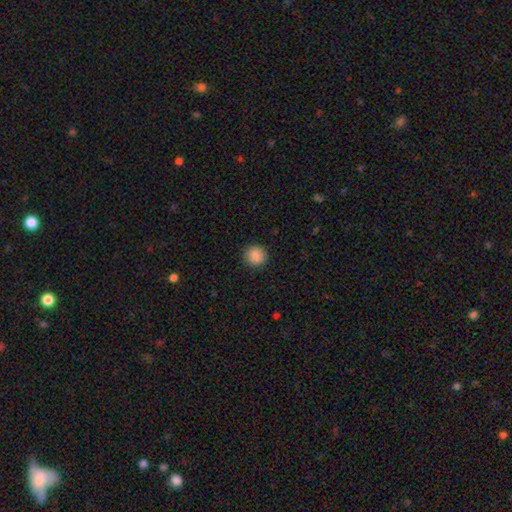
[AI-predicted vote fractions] The model was most divided on "smooth or featured": smooth: 88%, star or artifact: 9%, featured or disk: 4%. More confident: how rounded — round (92%); merging — none (91%).